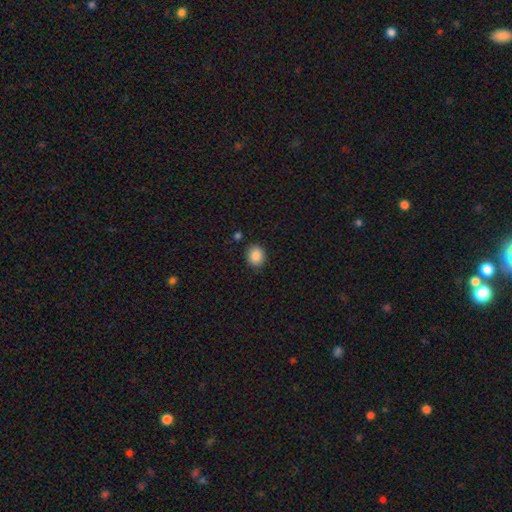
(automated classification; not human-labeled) smooth 87%, star or artifact 9%, featured or disk 5%. Down the decision tree: how rounded — round (71%); merging — none (87%).